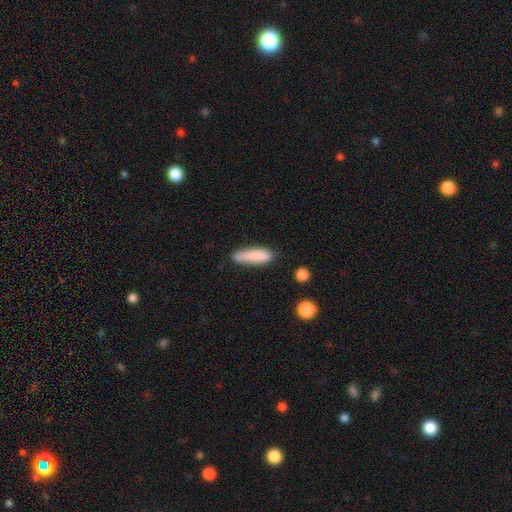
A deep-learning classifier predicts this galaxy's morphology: smooth-or-featured: smooth: 84% | featured or disk: 9% | star or artifact: 7%
  how-rounded: cigar-shaped: 70% | in between: 28% | round: 2%
  merging: none: 67% | minor disturbance: 24% | major disturbance: 6% | merger: 4%